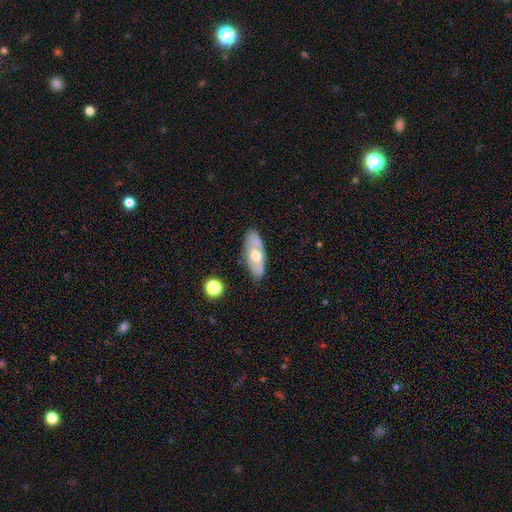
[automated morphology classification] smooth-or-featured: featured or disk: 54% | smooth: 39% | star or artifact: 7%
  disk-edge-on: no: 78% | yes: 22%
  merging: none: 80% | minor disturbance: 14% | major disturbance: 3% | merger: 2%